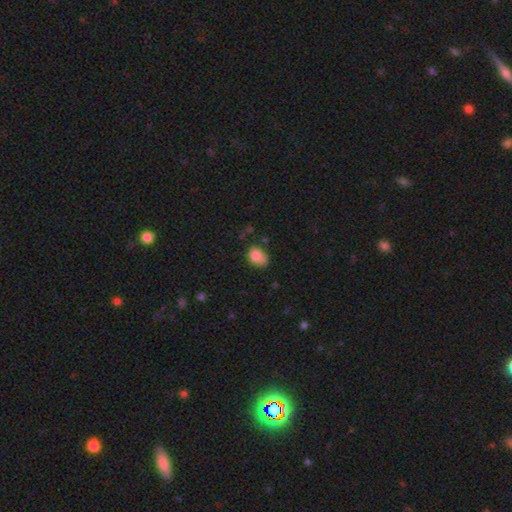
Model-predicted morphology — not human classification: A smooth galaxy with no disk features (81%) that is in between round and cigar-shaped (67%).

Vote fractions:
- Smooth or featured? smooth: 81% / featured or disk: 10% / star or artifact: 10%
- How rounded? in between: 67% / round: 32% / cigar-shaped: 1%
- Merging? none: 49% / minor disturbance: 35% / major disturbance: 10% / merger: 6%